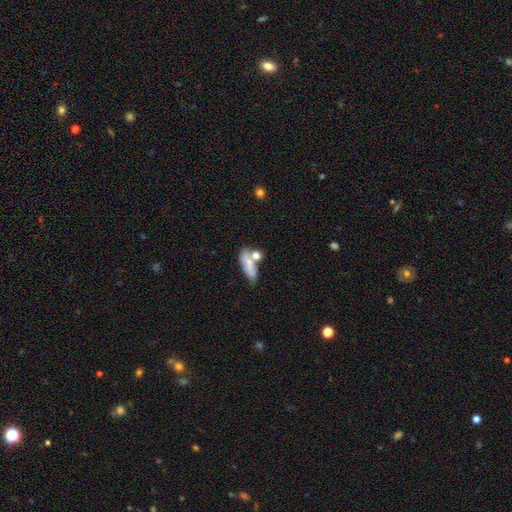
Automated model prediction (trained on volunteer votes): Q: Smooth or featured?
A: smooth (65%); runner-up: featured or disk (26%)
Q: How rounded?
A: in between (68%); runner-up: cigar-shaped (17%)
Q: Merging?
A: merger (42%); runner-up: none (35%)